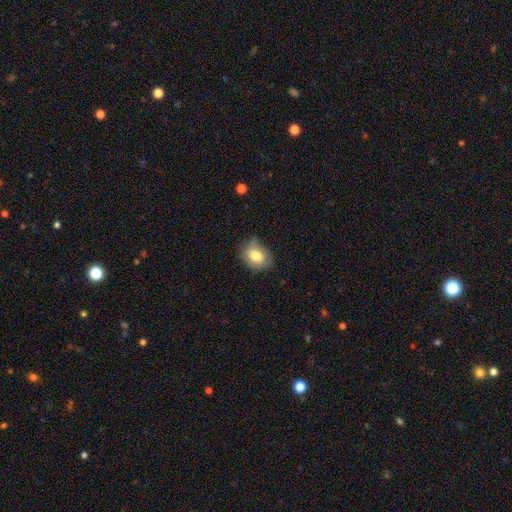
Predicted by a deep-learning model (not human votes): smooth_or_featured: smooth (p=0.79) [alt: featured or disk p=0.13]
how_rounded: in between (p=0.64) [alt: round p=0.34]
merging: none (p=0.62) [alt: minor disturbance p=0.30]